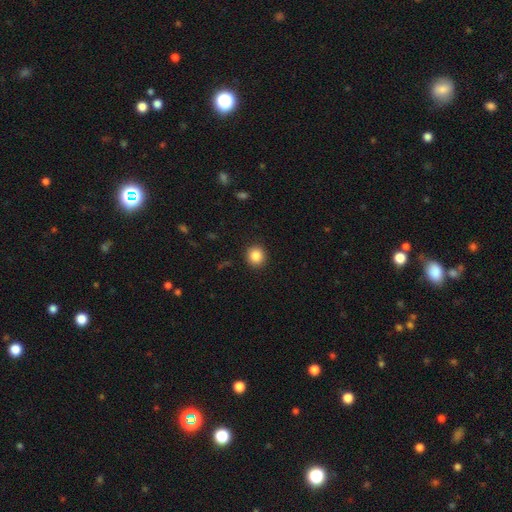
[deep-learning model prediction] This appears to be a smooth galaxy with no disk features (86%) that is round (88%). Merging: none (92%).